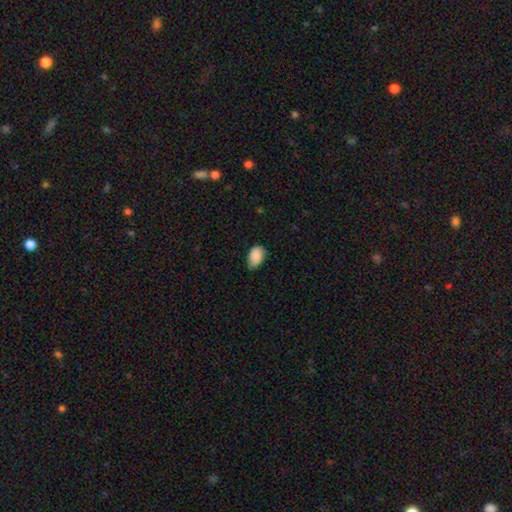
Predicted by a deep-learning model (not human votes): Smooth or featured? Predicted: smooth (p=0.87). How rounded? Predicted: in between (p=0.88). Merging? Predicted: none (p=0.58).